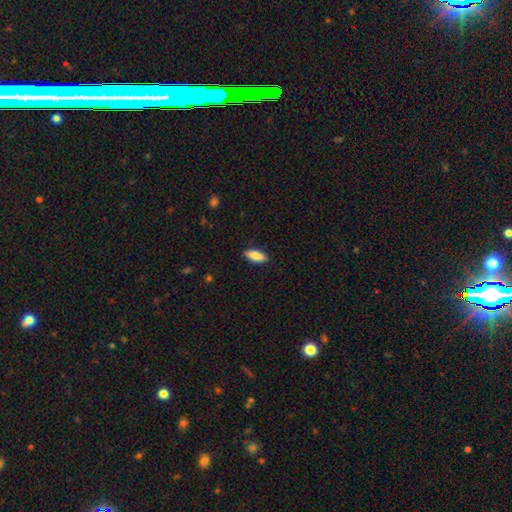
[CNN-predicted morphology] Smooth or featured? smooth (87%)
How rounded? in between (76%)
Merging? none (89%)